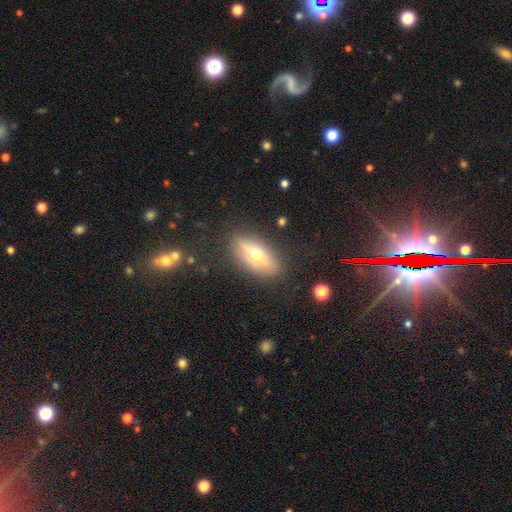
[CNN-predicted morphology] Smooth or featured? featured or disk (49%)
Merging? none (84%)